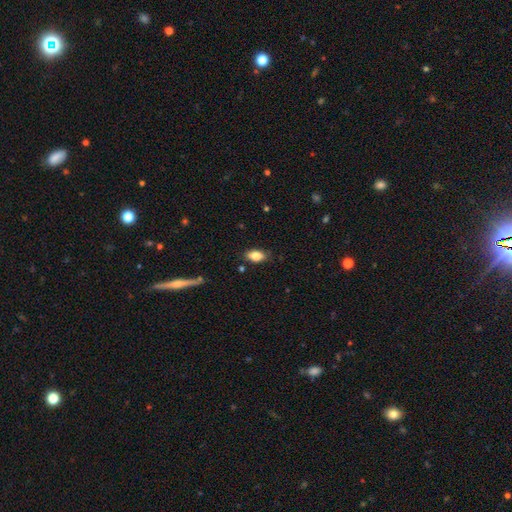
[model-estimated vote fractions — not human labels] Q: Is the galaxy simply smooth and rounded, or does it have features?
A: smooth — 80%.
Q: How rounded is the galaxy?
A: in between — 89%.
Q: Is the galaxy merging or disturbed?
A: none — 82%.